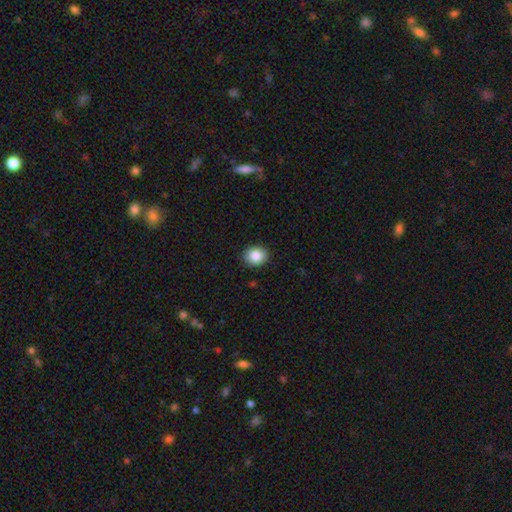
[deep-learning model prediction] smooth_or_featured: smooth (p=0.85) [alt: star or artifact p=0.09]
how_rounded: round (p=0.65) [alt: in between p=0.34]
merging: none (p=0.91) [alt: minor disturbance p=0.07]